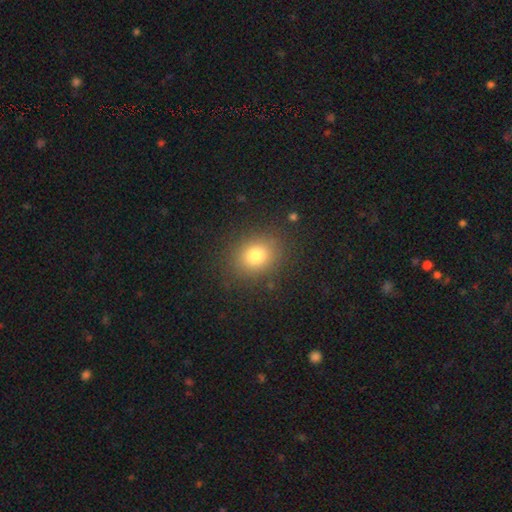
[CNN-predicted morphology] smooth_or_featured: smooth (p=0.77) [alt: star or artifact p=0.13]
how_rounded: round (p=0.63) [alt: in between p=0.36]
merging: none (p=0.86) [alt: minor disturbance p=0.09]